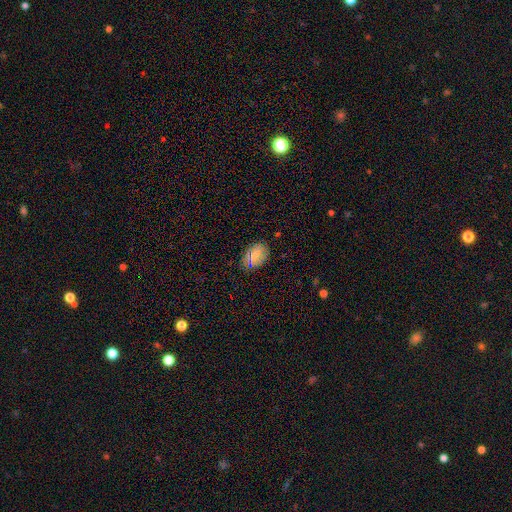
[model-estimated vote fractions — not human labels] This appears to be a smooth galaxy with no disk features (74%) that is in between round and cigar-shaped (88%). Merging: none (85%).